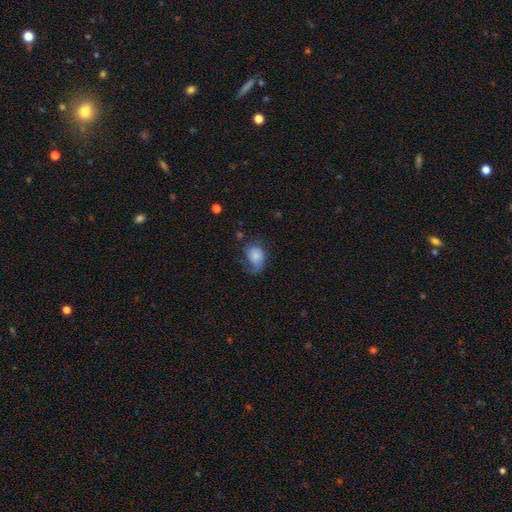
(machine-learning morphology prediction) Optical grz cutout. It shows a smooth galaxy with no disk features (68%) that is in between round and cigar-shaped (65%). Merging: none (35%).